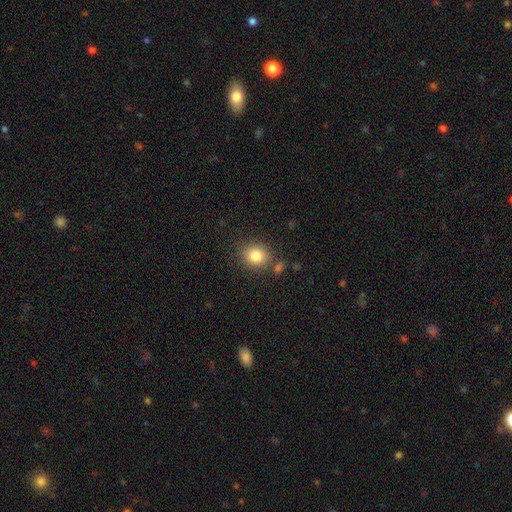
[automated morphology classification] This is clearly a smooth galaxy (83%). How rounded: likely round (77%). Merging: likely none (79%).